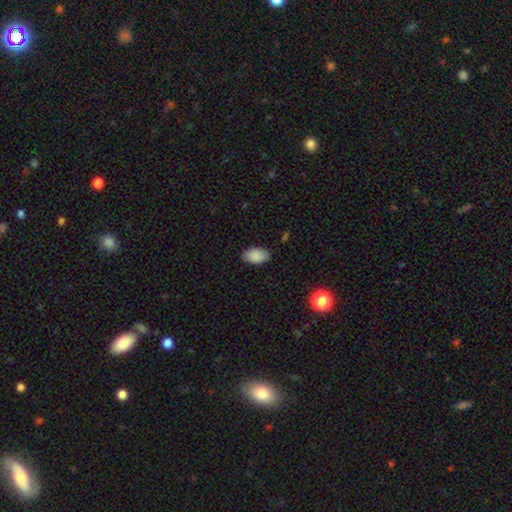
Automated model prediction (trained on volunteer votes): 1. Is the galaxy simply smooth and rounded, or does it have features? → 89% smooth, 7% star or artifact, 4% featured or disk.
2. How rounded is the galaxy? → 93% in between, 5% round, 1% cigar-shaped.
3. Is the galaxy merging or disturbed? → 86% none, 11% minor disturbance, 2% major disturbance, 1% merger.